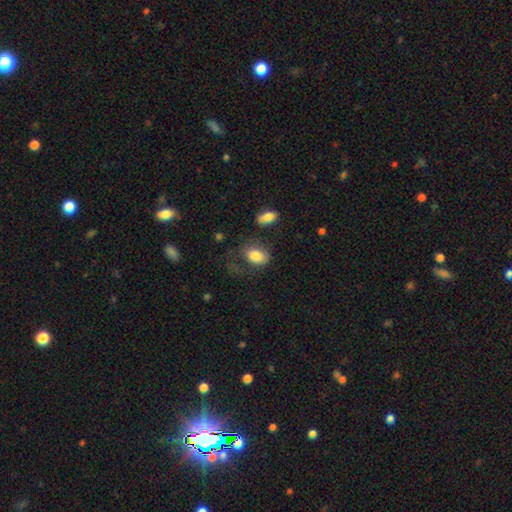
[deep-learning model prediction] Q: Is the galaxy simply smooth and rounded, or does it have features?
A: smooth — 82%.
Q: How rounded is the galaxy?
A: in between — 79%.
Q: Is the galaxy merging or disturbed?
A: none — 48%.